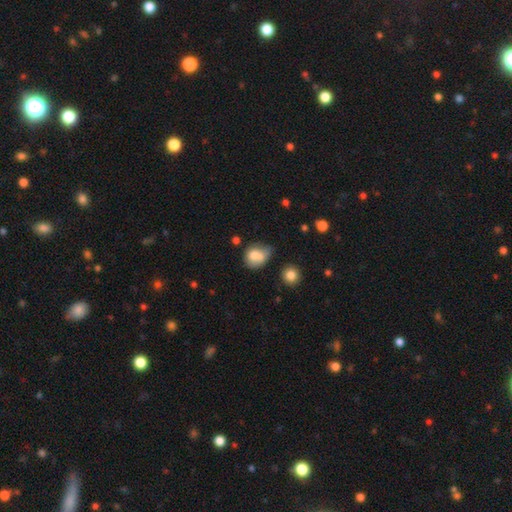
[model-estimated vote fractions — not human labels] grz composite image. It shows a smooth galaxy with no disk features (73%) that is round (54%). Merging: merger (32%, tied with none).